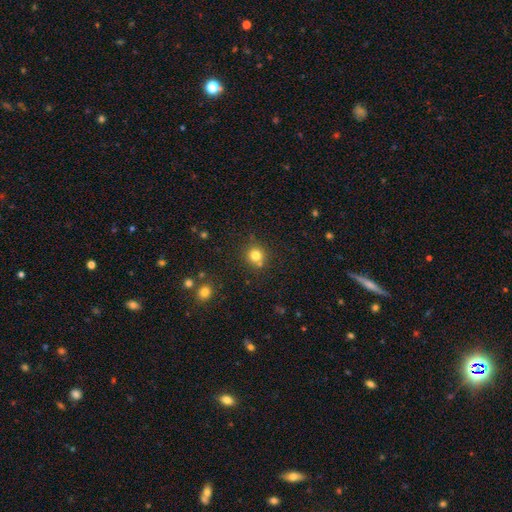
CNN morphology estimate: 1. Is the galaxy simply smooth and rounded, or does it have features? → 79% smooth, 14% star or artifact, 7% featured or disk.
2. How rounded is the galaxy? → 91% round, 8% in between, 1% cigar-shaped.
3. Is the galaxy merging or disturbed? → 74% none, 14% merger, 9% minor disturbance, 3% major disturbance.